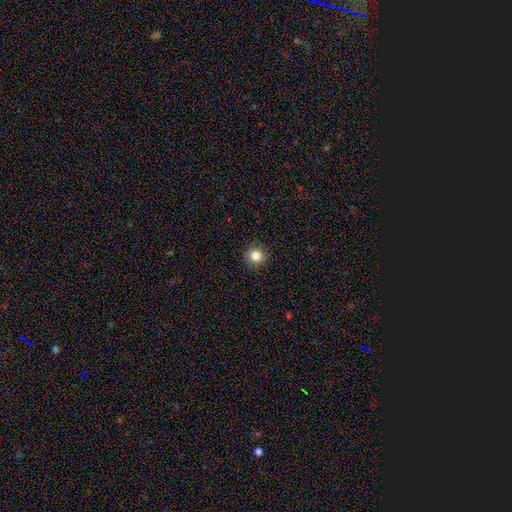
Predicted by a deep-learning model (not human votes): This is clearly a smooth galaxy (83%). How rounded: clearly round (93%). Merging: clearly none (91%).